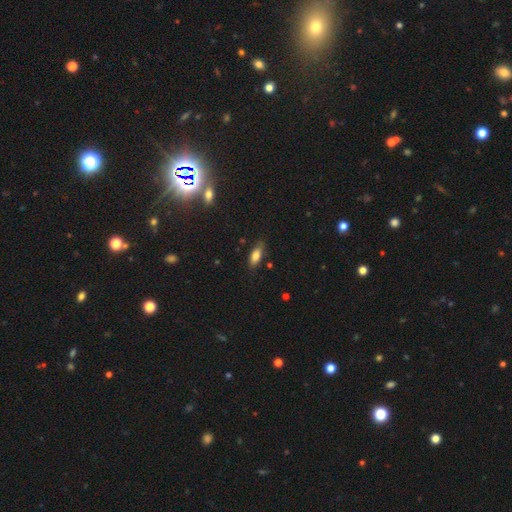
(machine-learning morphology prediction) The model was most divided on "merging": none: 76%, minor disturbance: 18%, major disturbance: 4%, merger: 2%. More confident: how rounded — in between (82%); smooth or featured — smooth (79%).